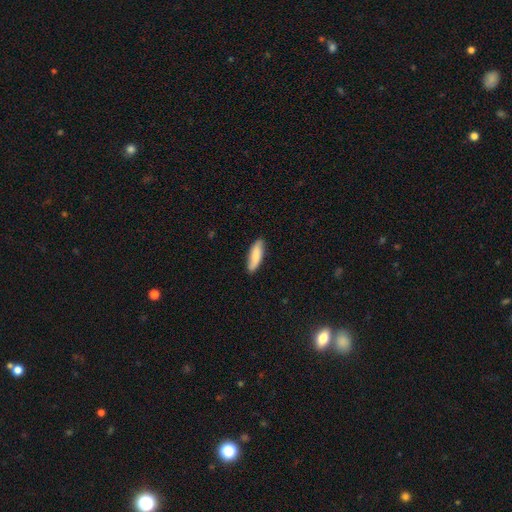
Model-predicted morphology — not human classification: A smooth galaxy with no disk features (78%) that is cigar-shaped (52%). Merging: none (84%).